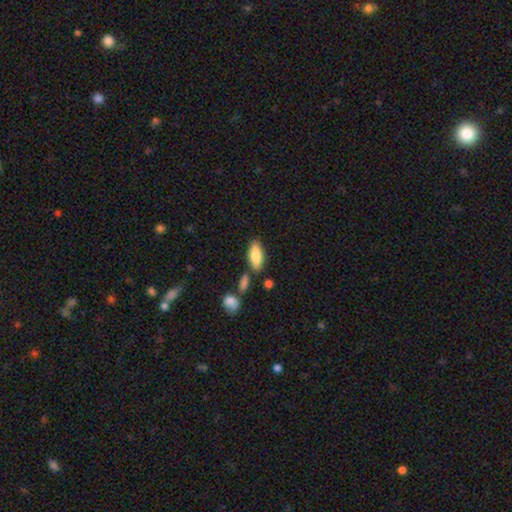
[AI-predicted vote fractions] smooth_or_featured: smooth (p=0.83) [alt: featured or disk p=0.11]
how_rounded: in between (p=0.77) [alt: cigar-shaped p=0.20]
merging: none (p=0.73) [alt: minor disturbance p=0.14]